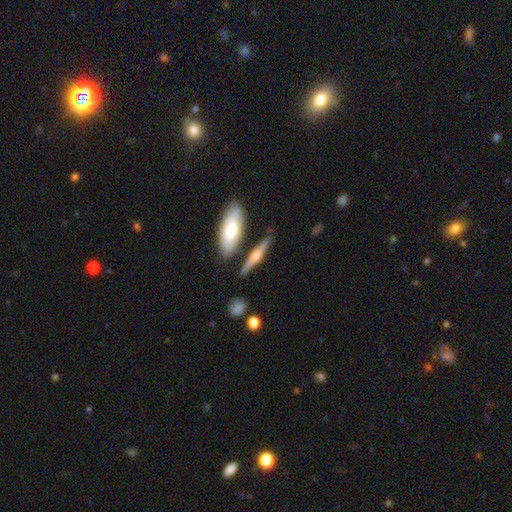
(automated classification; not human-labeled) Morphology: type=featured or disk (58%); edge-on=yes (94%); edge-on bulge=rounded (90%); merging=none (77%).